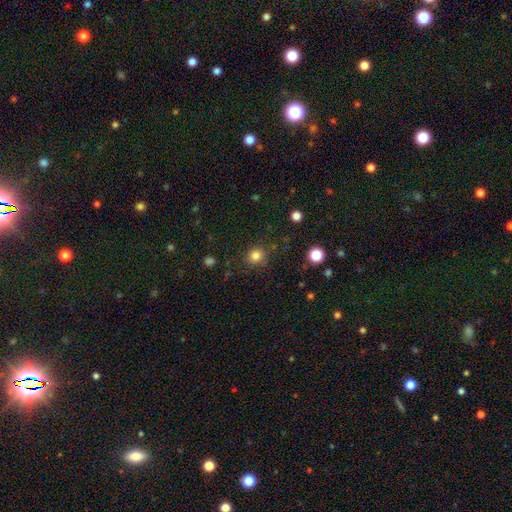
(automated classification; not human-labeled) Smooth or featured? Predicted: smooth (p=0.82). How rounded? Predicted: round (p=0.90). Merging? Predicted: none (p=0.83).